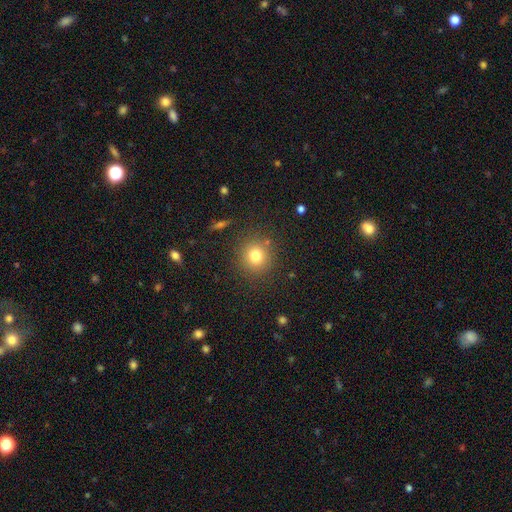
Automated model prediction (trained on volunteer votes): Smooth or featured? smooth (78%)
How rounded? round (91%)
Merging? none (86%)